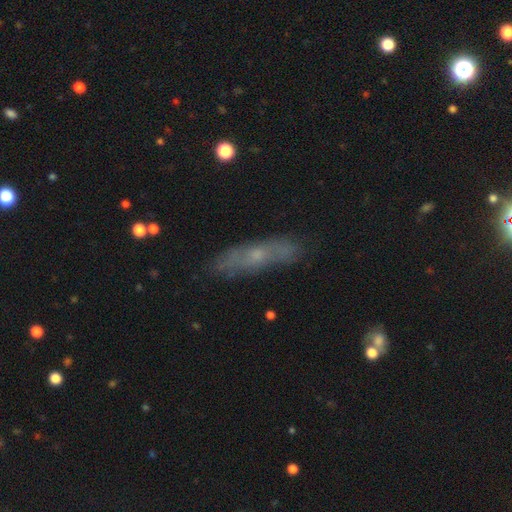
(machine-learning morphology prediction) smooth_or_featured: smooth (p=0.46) [alt: featured or disk p=0.44]
merging: none (p=0.76) [alt: minor disturbance p=0.17]